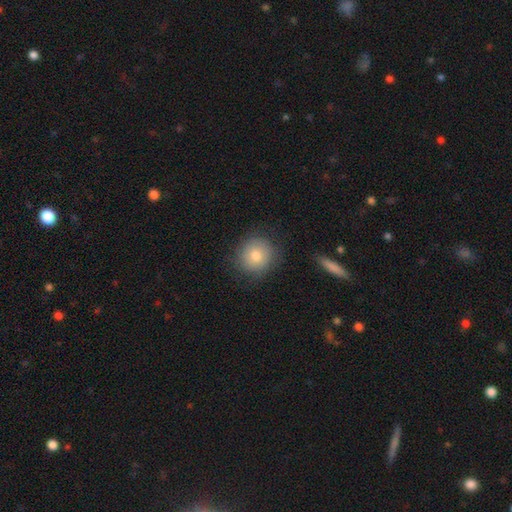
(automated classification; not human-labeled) Overall: smooth (77%). How rounded: round (89%). Merging: none (84%).